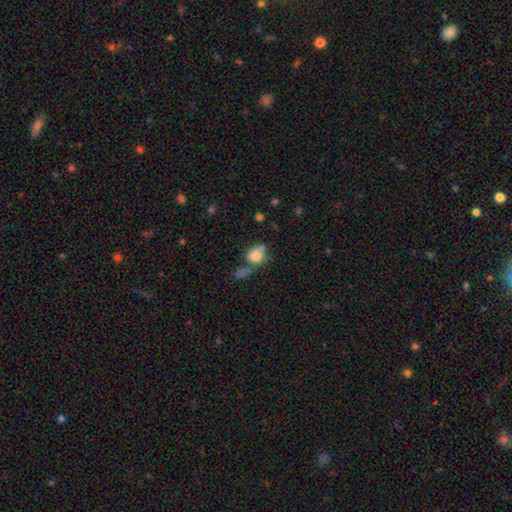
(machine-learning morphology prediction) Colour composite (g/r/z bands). It shows a smooth galaxy with no disk features (77%) that is round (61%). Merging: none (41%).